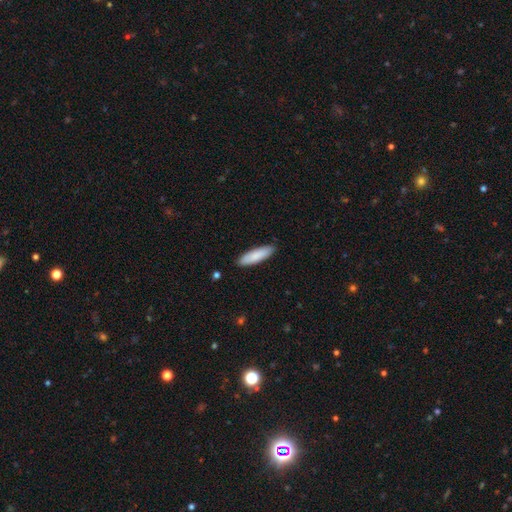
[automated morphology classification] Smooth or featured? smooth (86%)
How rounded? cigar-shaped (62%)
Merging? none (89%)